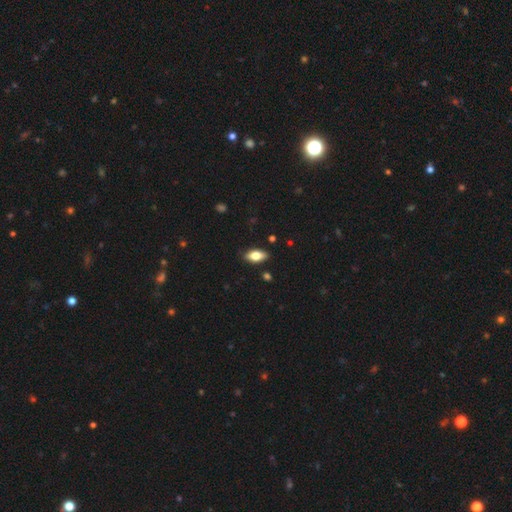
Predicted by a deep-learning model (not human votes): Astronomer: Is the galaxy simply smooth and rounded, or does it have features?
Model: smooth — 71%.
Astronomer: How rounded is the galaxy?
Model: in between — 86%.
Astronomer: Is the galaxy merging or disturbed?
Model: none — 86%.